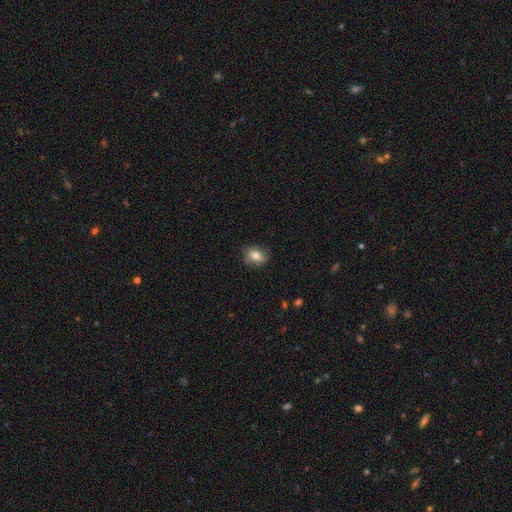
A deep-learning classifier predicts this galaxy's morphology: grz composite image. It shows a smooth galaxy with no disk features (79%) that is in between round and cigar-shaped (60%). Merging: none (70%).